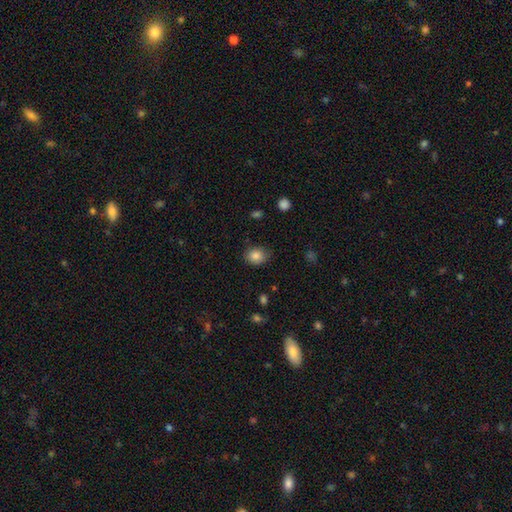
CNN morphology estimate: The model was most divided on "how rounded": round: 55%, in between: 44%, cigar-shaped: 1%. More confident: smooth or featured — smooth (85%); merging — none (79%).